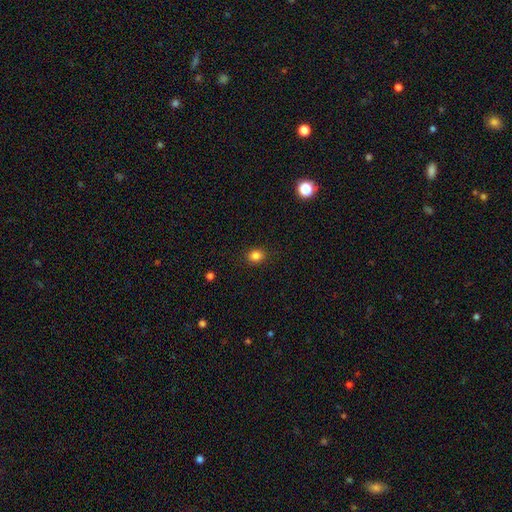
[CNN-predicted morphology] type=smooth (84%); roundness=round (68%); merging=none (89%).